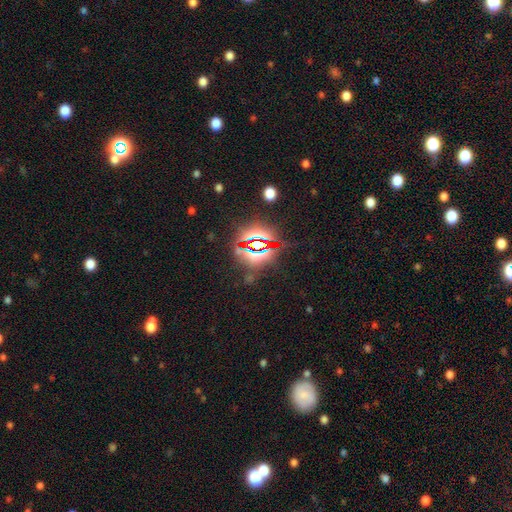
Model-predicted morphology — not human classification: smooth-or-featured: star or artifact: 81% | smooth: 10% | featured or disk: 8%